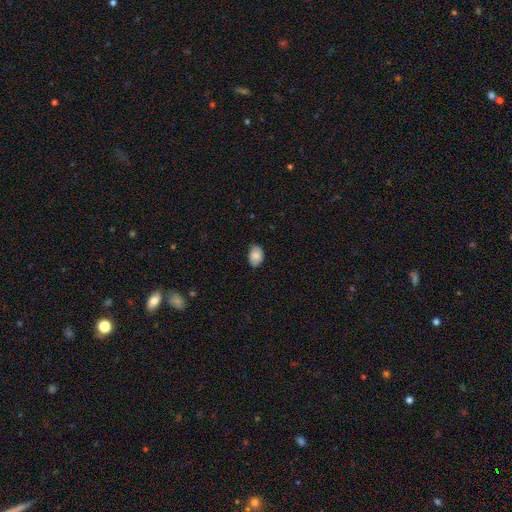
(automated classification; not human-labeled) smooth 82%, featured or disk 11%, star or artifact 7%. Down the decision tree: how rounded — in between (79%); merging — none (71%).